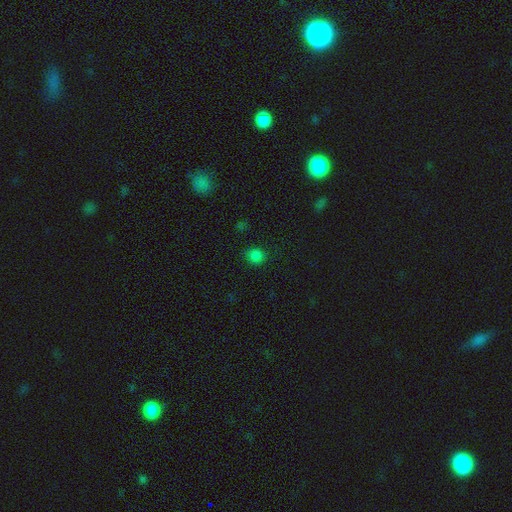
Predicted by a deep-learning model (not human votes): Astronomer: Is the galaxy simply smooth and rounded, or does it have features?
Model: smooth — 81%.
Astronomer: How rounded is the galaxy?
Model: round — 84%.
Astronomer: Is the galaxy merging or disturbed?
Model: none — 87%.